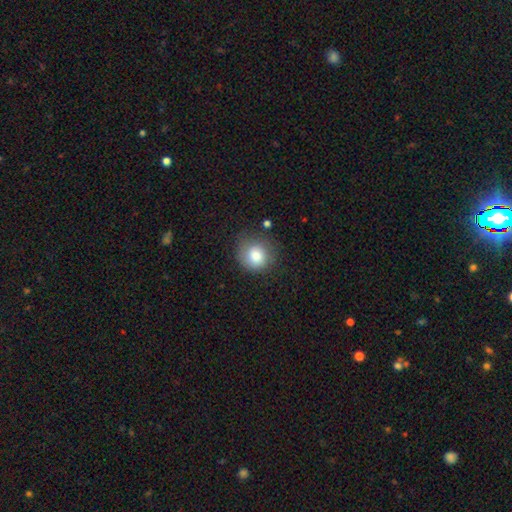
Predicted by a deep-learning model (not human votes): Overall: smooth (80%). How rounded: round (86%). Merging: none (69%).